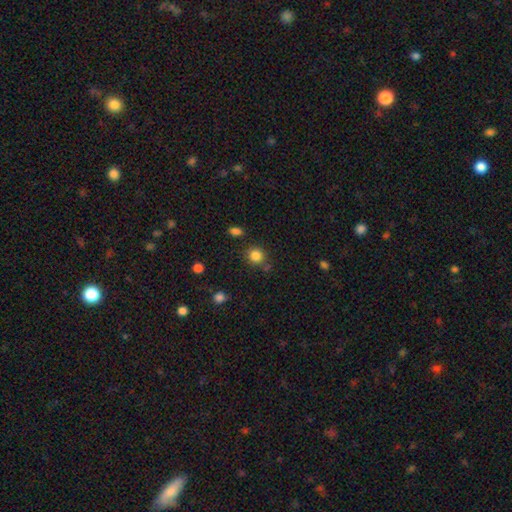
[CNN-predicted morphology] smooth 84%, star or artifact 11%, featured or disk 5%. Down the decision tree: how rounded — round (88%); merging — none (77%).